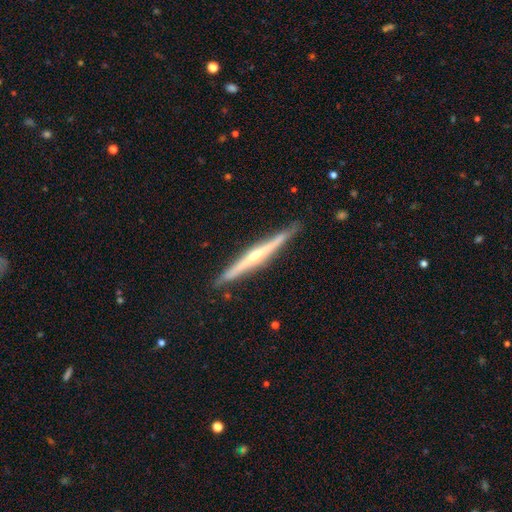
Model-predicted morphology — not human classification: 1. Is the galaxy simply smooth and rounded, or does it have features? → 77% featured or disk, 17% smooth, 6% star or artifact.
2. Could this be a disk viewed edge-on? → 98% yes, 2% no.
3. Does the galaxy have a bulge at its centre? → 71% rounded, 23% none, 6% boxy.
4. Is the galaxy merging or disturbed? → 89% none, 8% minor disturbance, 1% major disturbance, 1% merger.